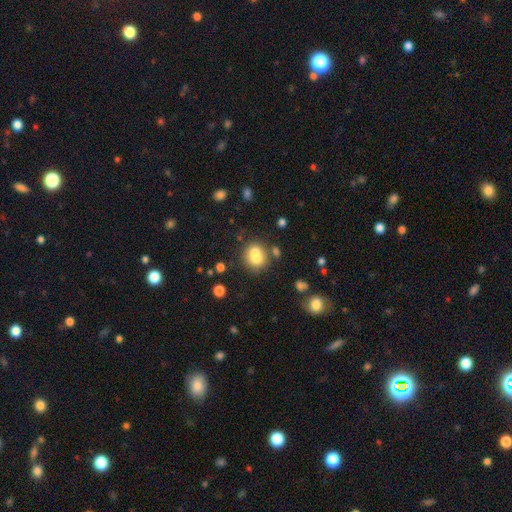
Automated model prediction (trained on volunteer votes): Smooth or featured?
  - smooth: 70% *
  - featured or disk: 18%
  - star or artifact: 11%
How rounded?
  - round: 69% *
  - in between: 30%
  - cigar-shaped: 1%
Merging?
  - merger: 46% *
  - none: 39%
  - minor disturbance: 10%
  - major disturbance: 5%